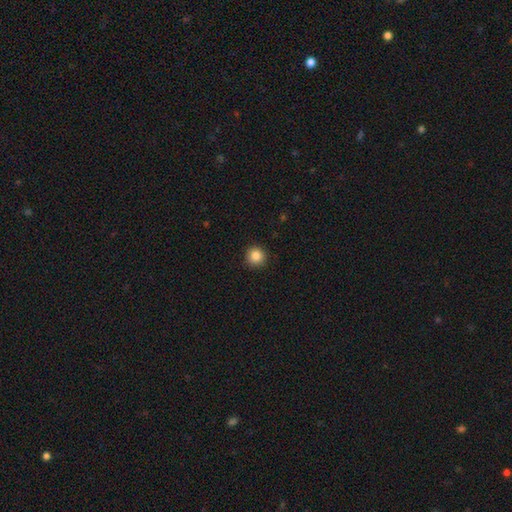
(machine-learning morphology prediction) Overall: smooth (85%). How rounded: round (95%). Merging: none (92%).